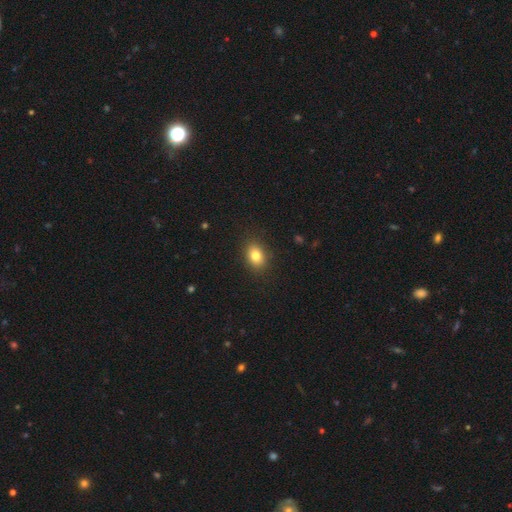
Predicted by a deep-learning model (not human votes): A smooth galaxy with no disk features (81%) that is in between round and cigar-shaped (68%).

Vote fractions:
- Smooth or featured? smooth: 81% / star or artifact: 10% / featured or disk: 8%
- How rounded? in between: 68% / round: 31% / cigar-shaped: 1%
- Merging? none: 88% / minor disturbance: 9% / major disturbance: 2% / merger: 1%